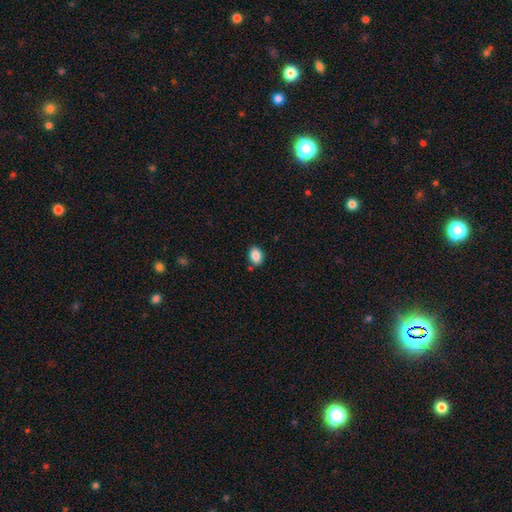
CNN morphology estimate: Q: Smooth or featured?
A: smooth (88%); runner-up: star or artifact (8%)
Q: How rounded?
A: in between (78%); runner-up: round (21%)
Q: Merging?
A: none (81%); runner-up: minor disturbance (12%)